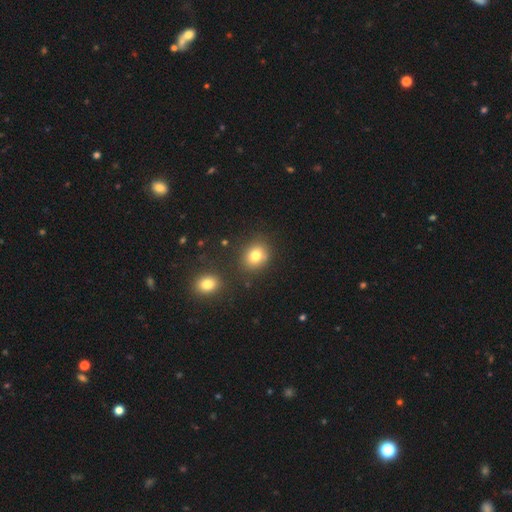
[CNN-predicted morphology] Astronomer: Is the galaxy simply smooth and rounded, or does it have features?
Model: smooth — 79%.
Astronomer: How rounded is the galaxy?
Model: round — 64%.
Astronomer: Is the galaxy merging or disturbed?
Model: none — 80%.